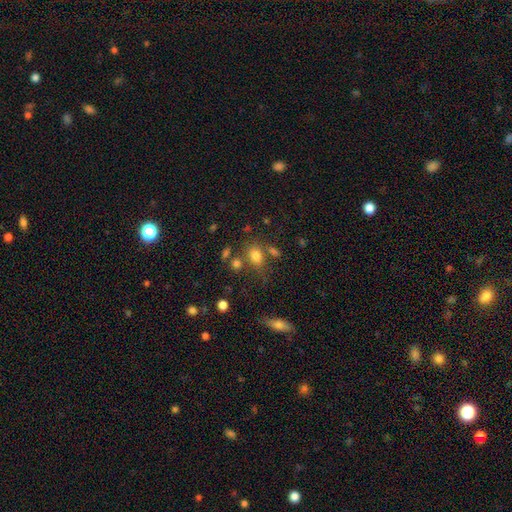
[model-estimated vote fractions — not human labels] Smooth or featured?
  - smooth: 76% *
  - star or artifact: 14%
  - featured or disk: 10%
How rounded?
  - in between: 64% *
  - round: 34%
  - cigar-shaped: 2%
Merging?
  - none: 60% *
  - merger: 17%
  - minor disturbance: 16%
  - major disturbance: 7%